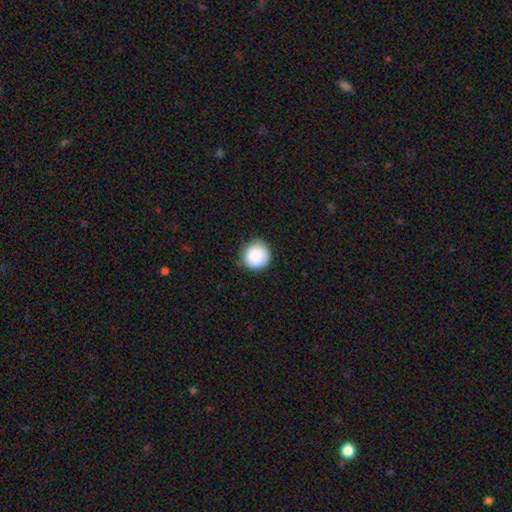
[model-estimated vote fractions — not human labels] This appears to be a smooth galaxy with no disk features (87%) that is round (94%). Merging: none (82%).